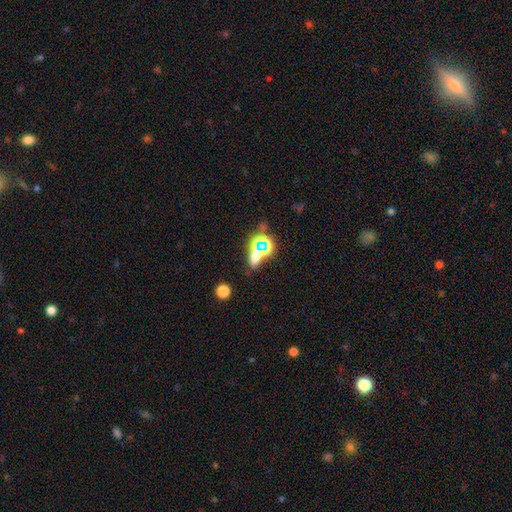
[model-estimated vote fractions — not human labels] A star or artifact, not a galaxy (52%).